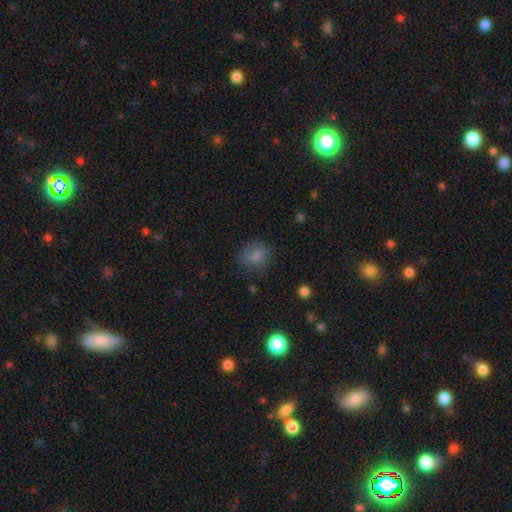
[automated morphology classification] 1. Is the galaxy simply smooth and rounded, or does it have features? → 77% smooth, 12% featured or disk, 11% star or artifact.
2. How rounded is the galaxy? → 68% round, 31% in between, 1% cigar-shaped.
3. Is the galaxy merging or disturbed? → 66% none, 22% minor disturbance, 10% major disturbance, 2% merger.